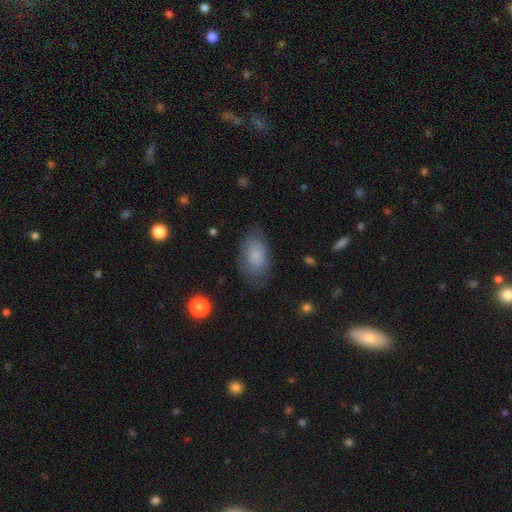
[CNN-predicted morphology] Q: Smooth or featured?
A: smooth (77%); runner-up: featured or disk (15%)
Q: How rounded?
A: in between (90%); runner-up: round (8%)
Q: Merging?
A: none (73%); runner-up: minor disturbance (18%)